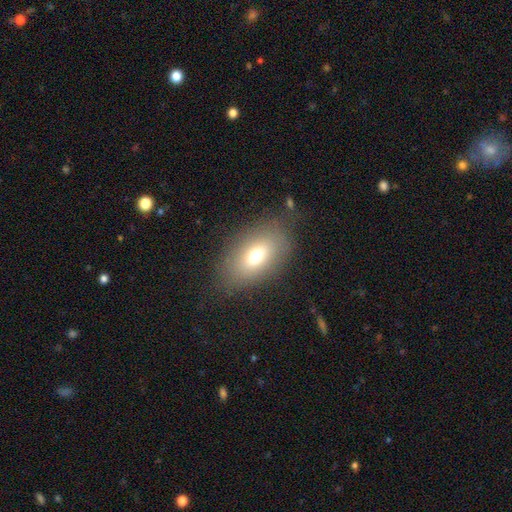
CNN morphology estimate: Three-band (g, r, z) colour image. It shows a smooth galaxy with no disk features (69%) that is in between round and cigar-shaped (83%). Merging: none (79%).